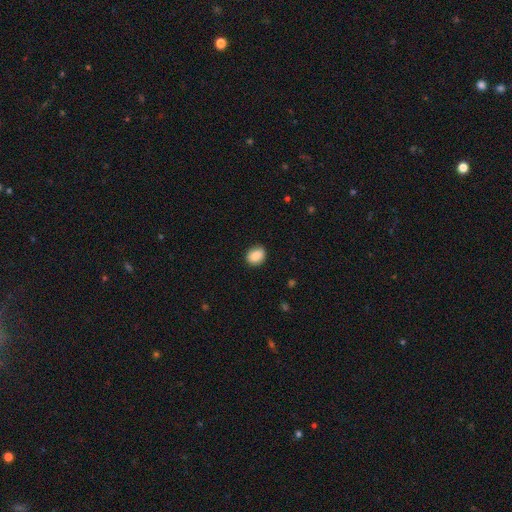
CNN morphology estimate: Smooth or featured? Predicted: smooth (p=0.88). How rounded? Predicted: in between (p=0.51). Merging? Predicted: none (p=0.86).